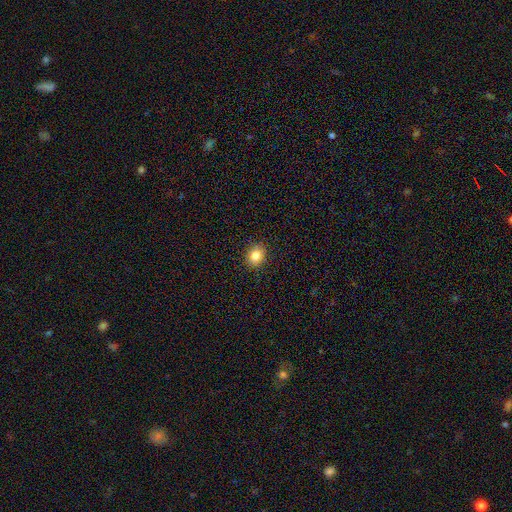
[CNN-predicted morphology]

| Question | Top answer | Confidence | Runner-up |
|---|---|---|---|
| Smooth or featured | smooth | 83% | star or artifact (11%) |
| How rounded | round | 69% | in between (30%) |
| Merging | none | 90% | minor disturbance (7%) |